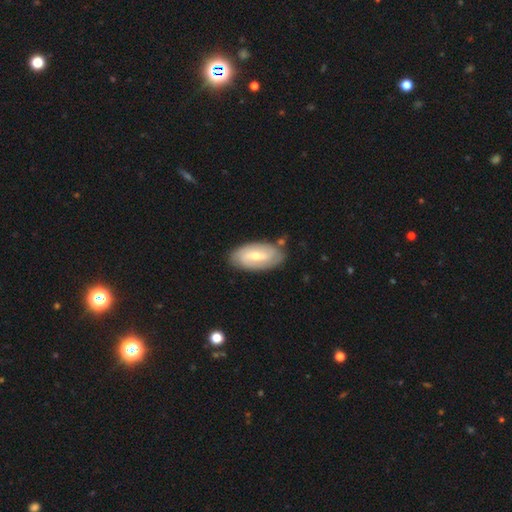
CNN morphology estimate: Smooth or featured? Predicted: featured or disk (p=0.58). Edge-on disk? Predicted: no (p=0.90). Bar? Predicted: weak (p=0.49). Spiral arms? Predicted: yes (p=0.72). Bulge size? Predicted: moderate (p=0.50). Merging? Predicted: none (p=0.82).